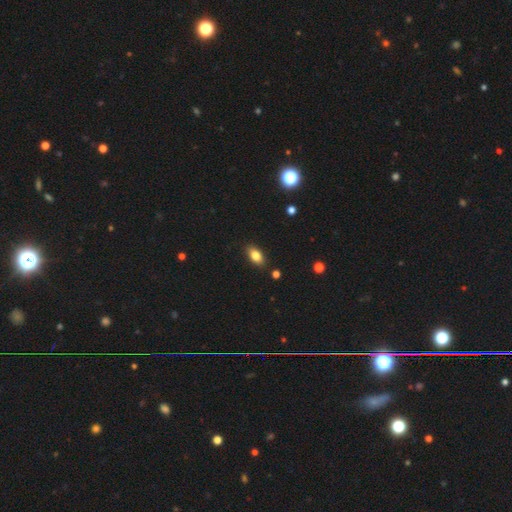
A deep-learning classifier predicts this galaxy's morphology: This appears to be a smooth galaxy with no disk features (81%) that is in between round and cigar-shaped (88%). Merging: none (86%).